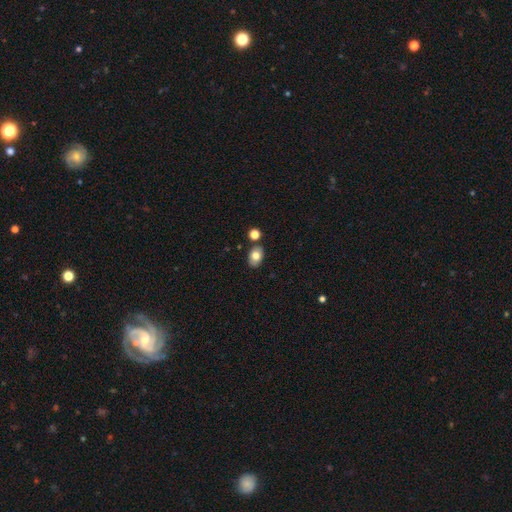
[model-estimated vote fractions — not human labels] Smooth or featured?
  - smooth: 75% *
  - featured or disk: 16%
  - star or artifact: 9%
How rounded?
  - in between: 80% *
  - round: 18%
  - cigar-shaped: 1%
Merging?
  - none: 78% *
  - minor disturbance: 11%
  - merger: 8%
  - major disturbance: 3%